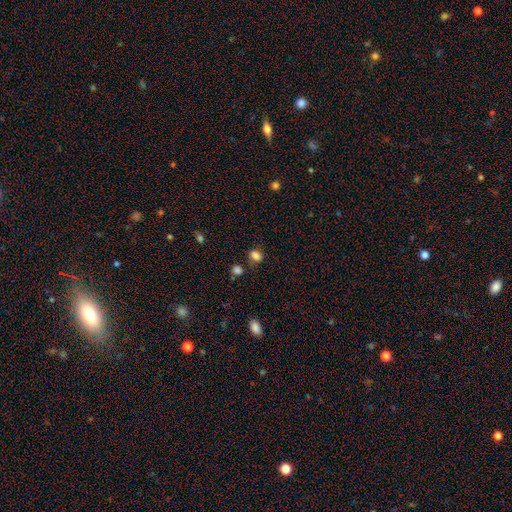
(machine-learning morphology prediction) Overall: smooth (80%). How rounded: in between (63%; round 35%). Merging: none (67%).